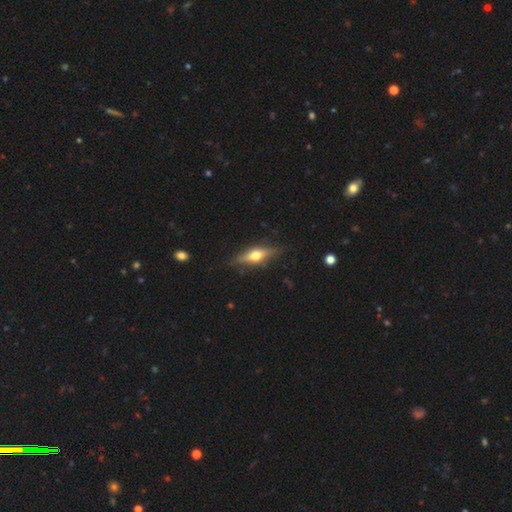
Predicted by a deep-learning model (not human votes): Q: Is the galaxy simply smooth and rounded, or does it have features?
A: featured or disk — 56%.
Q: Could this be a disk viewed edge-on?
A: yes — 90%.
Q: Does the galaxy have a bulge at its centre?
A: rounded — 94%.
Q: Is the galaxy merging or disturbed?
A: none — 84%.